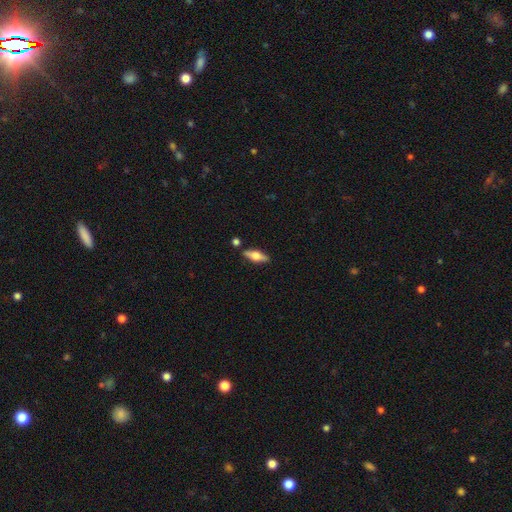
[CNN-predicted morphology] Smooth or featured? featured or disk (52%)
Edge-on disk? yes (92%)
Merging? none (84%)